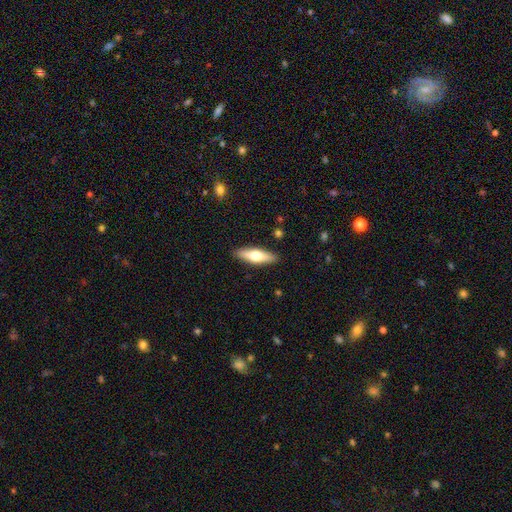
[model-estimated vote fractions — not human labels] A smooth galaxy with no disk features (55%) that is cigar-shaped (54%). Merging: none (89%).